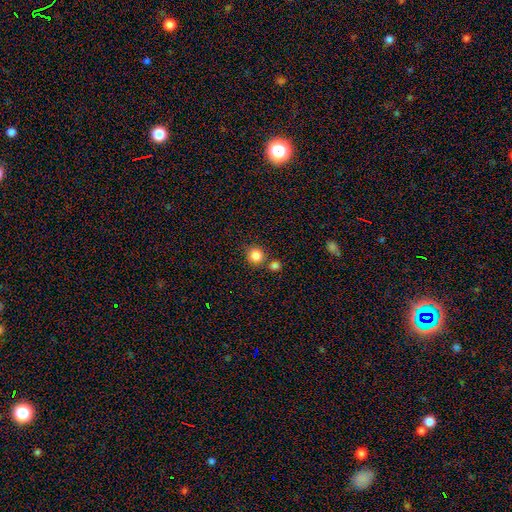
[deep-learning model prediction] A smooth galaxy with no disk features (85%) that is round (92%). Merging: none (71%).